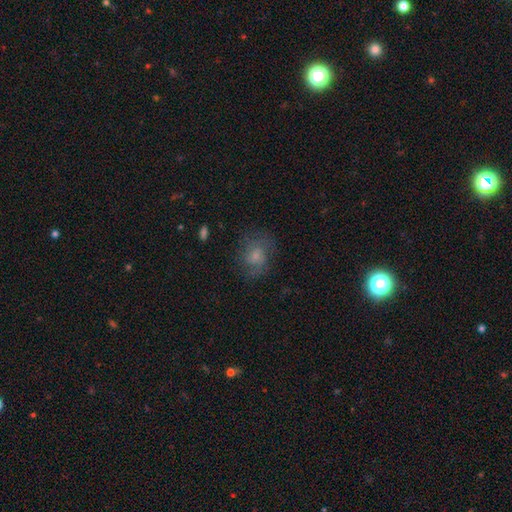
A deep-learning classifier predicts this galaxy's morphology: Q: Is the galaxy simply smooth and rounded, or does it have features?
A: smooth — 44%, tied with featured or disk.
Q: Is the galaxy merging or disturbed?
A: none — 67%.